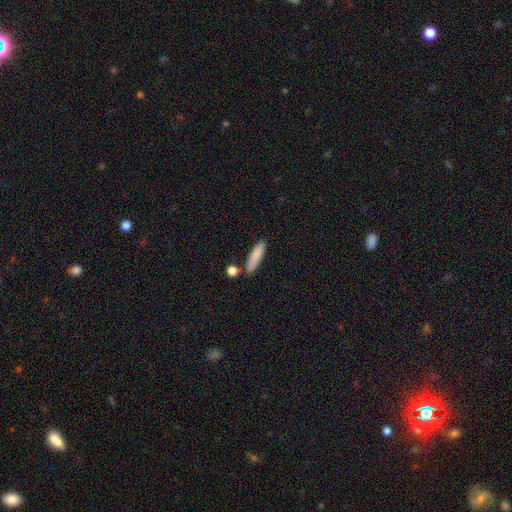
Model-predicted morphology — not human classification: Smooth or featured? smooth (84%)
How rounded? cigar-shaped (72%)
Merging? none (76%)